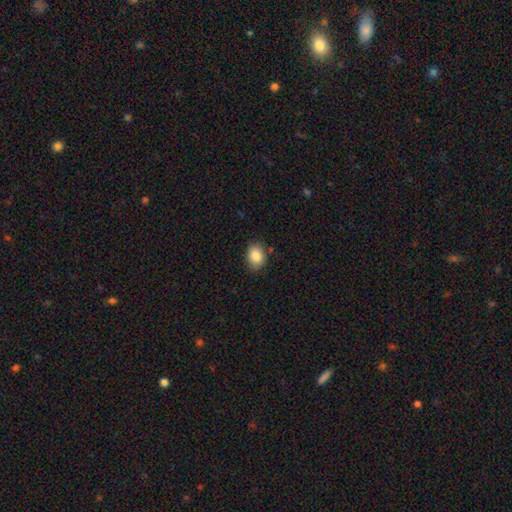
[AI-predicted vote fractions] Overall: smooth (86%). How rounded: in between (64%; round 35%). Merging: none (82%).